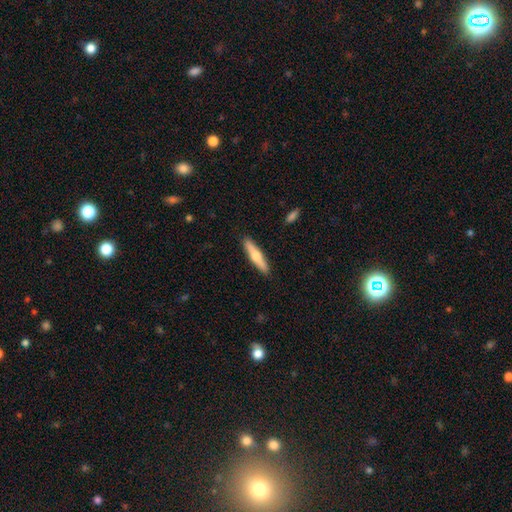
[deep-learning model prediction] This is possibly a smooth galaxy (52%). How rounded: clearly cigar-shaped (85%). Merging: clearly none (90%).